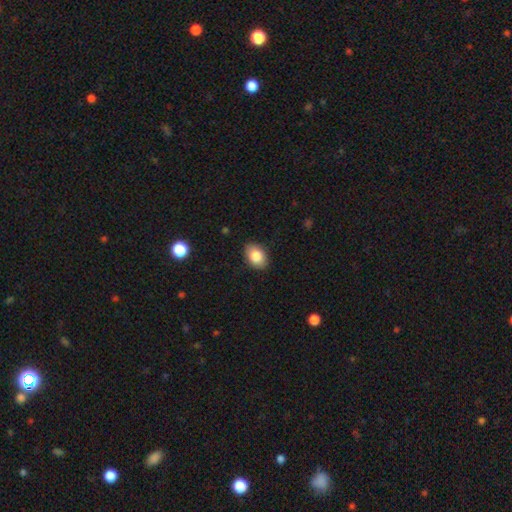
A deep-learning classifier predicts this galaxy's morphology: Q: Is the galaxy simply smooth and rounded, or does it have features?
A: smooth — 84%.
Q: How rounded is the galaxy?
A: in between — 80%.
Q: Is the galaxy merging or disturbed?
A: none — 88%.